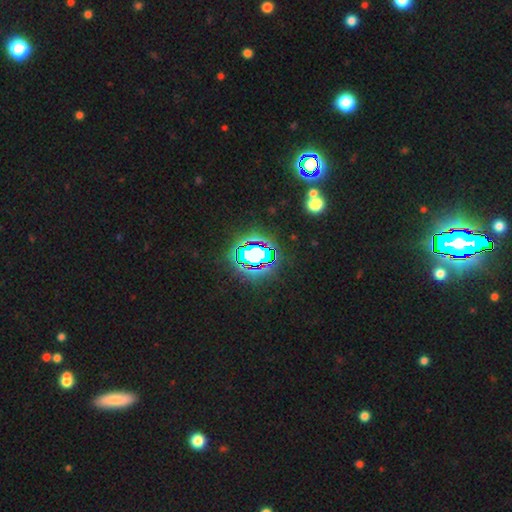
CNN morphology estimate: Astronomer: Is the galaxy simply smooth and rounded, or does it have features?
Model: star or artifact — 69%.